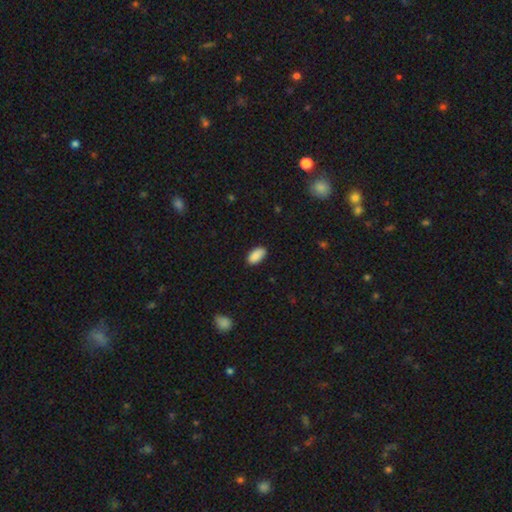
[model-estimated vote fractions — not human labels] This appears to be a smooth galaxy with no disk features (90%) that is in between round and cigar-shaped (94%). Merging: none (85%).